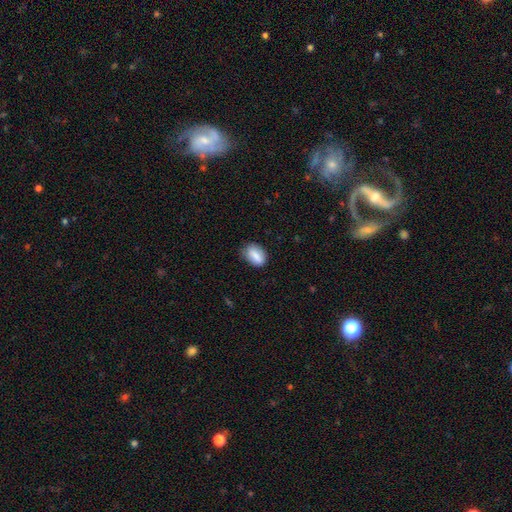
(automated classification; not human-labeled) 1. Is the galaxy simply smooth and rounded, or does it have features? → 81% smooth, 11% featured or disk, 7% star or artifact.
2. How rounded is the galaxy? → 83% in between, 13% round, 4% cigar-shaped.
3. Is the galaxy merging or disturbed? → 75% none, 19% minor disturbance, 4% major disturbance, 1% merger.